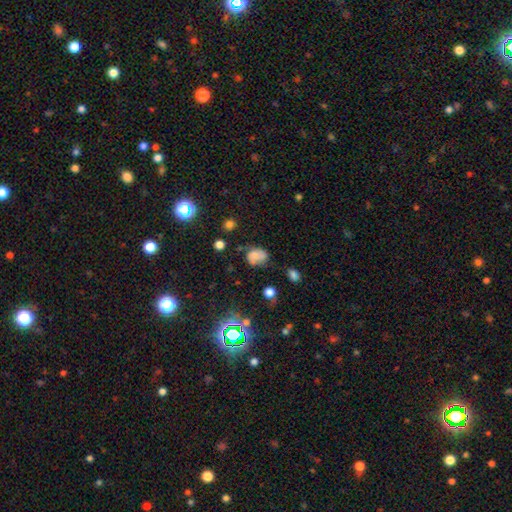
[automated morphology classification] Smooth or featured? smooth (58%)
How rounded? in between (59%)
Merging? none (49%)